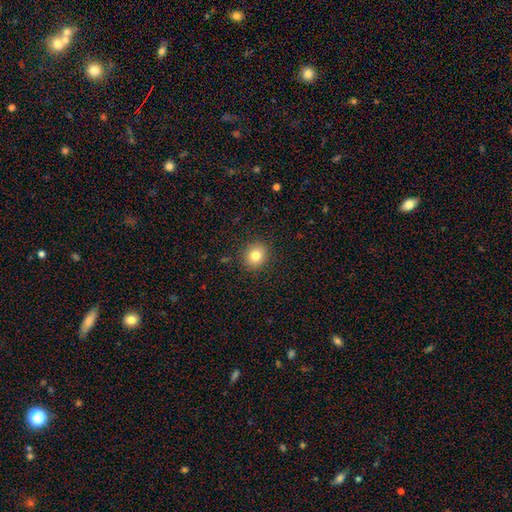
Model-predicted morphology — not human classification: smooth 81%, star or artifact 11%, featured or disk 8%. Down the decision tree: how rounded — round (79%); merging — none (90%).